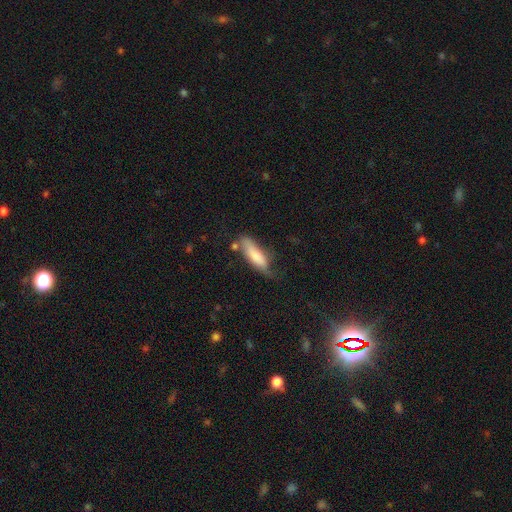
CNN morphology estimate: Smooth or featured?
  - smooth: 77% *
  - featured or disk: 17%
  - star or artifact: 6%
How rounded?
  - cigar-shaped: 51% *
  - in between: 47%
  - round: 2%
Merging?
  - none: 46% *
  - minor disturbance: 34%
  - major disturbance: 13%
  - merger: 7%